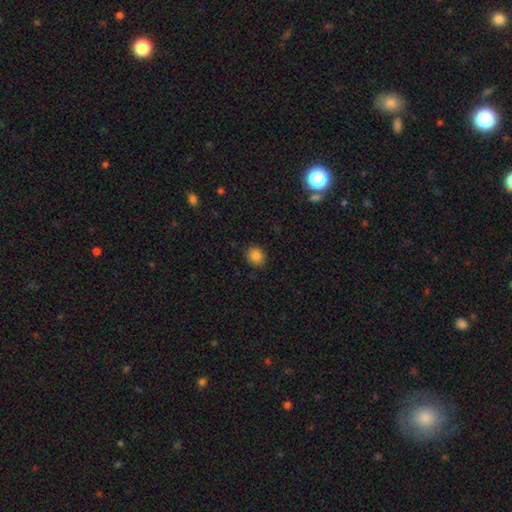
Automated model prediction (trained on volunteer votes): A smooth galaxy with no disk features (84%) that is round (74%). Merging: none (89%).